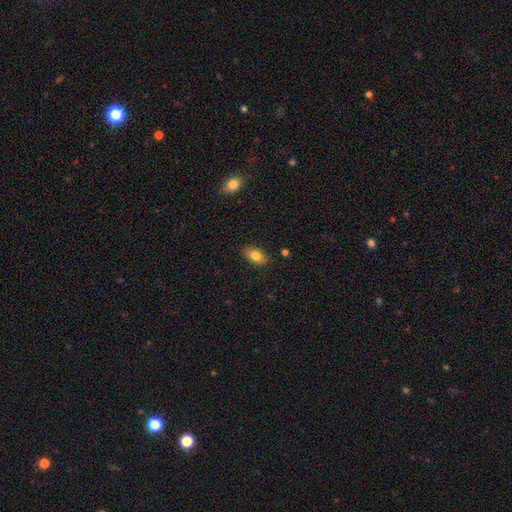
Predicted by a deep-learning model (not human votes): A smooth galaxy with no disk features (81%) that is in between round and cigar-shaped (90%). Merging: none (87%).